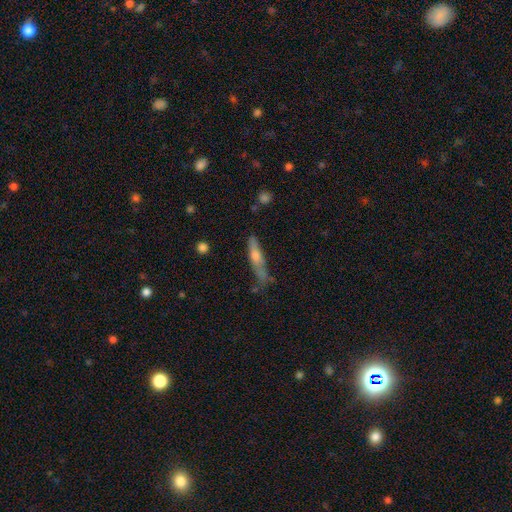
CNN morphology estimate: smooth-or-featured: smooth: 49% | featured or disk: 45% | star or artifact: 7%
  merging: none: 63% | minor disturbance: 26% | major disturbance: 7% | merger: 5%